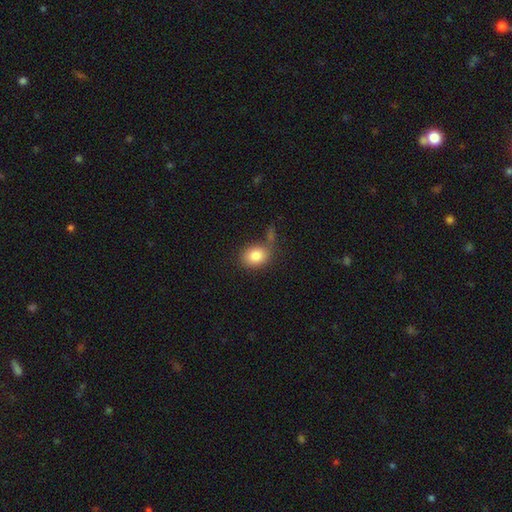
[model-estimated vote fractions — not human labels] Smooth or featured? smooth (84%)
How rounded? in between (53%)
Merging? none (62%)